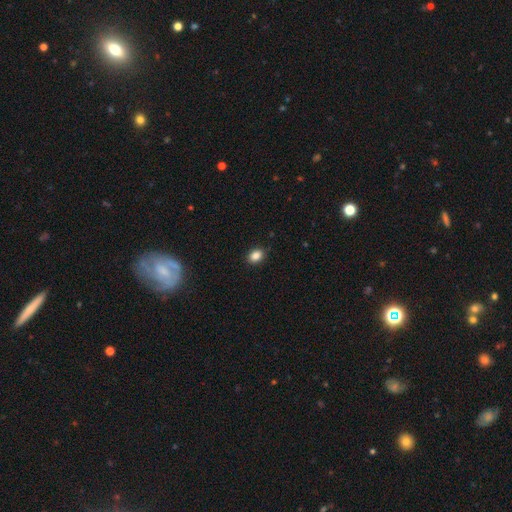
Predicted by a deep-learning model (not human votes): Smooth or featured? smooth (85%)
How rounded? in between (64%)
Merging? none (87%)